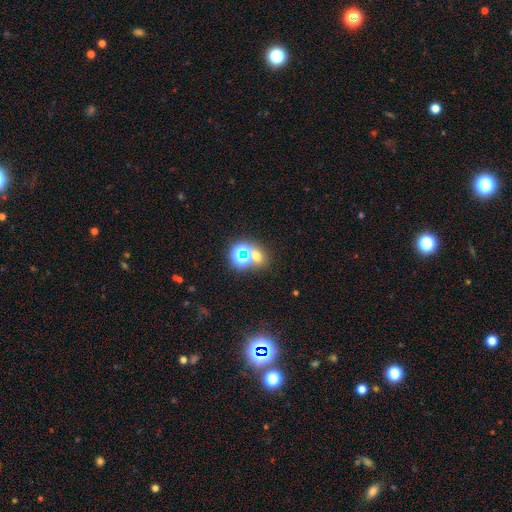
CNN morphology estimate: Q: Smooth or featured?
A: star or artifact (46%); runner-up: smooth (43%)